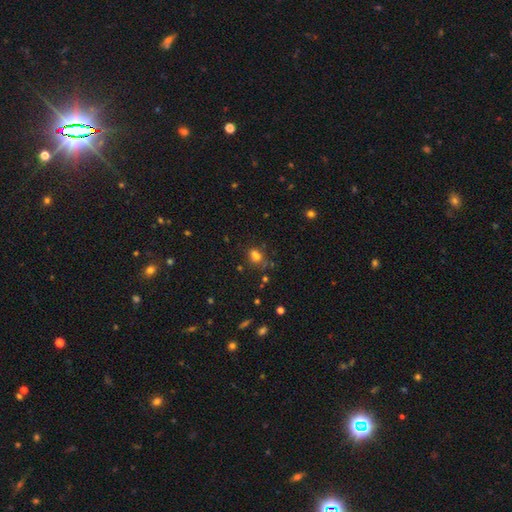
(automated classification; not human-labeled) Smooth or featured? smooth (65%)
How rounded? in between (54%)
Merging? none (54%)